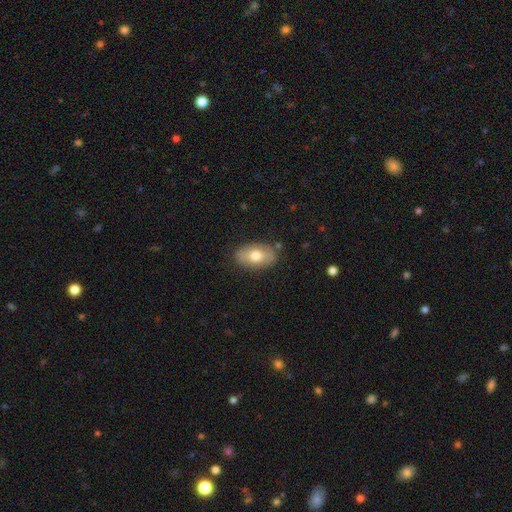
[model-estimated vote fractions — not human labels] Smooth or featured: smooth — 67% (featured or disk — 26%)
How rounded: in between — 91% (round — 7%)
Merging: none — 82% (minor disturbance — 13%)